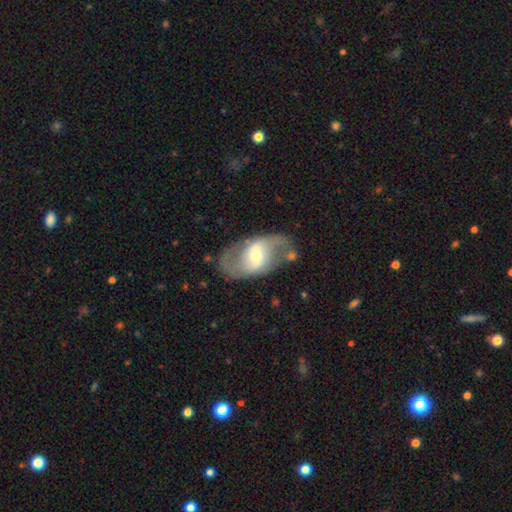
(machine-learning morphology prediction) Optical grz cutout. It shows a featured or disk galaxy (72%) with a weak bar (39%), spiral arms (73%) and a moderate central bulge (45%). Merging: none (69%).